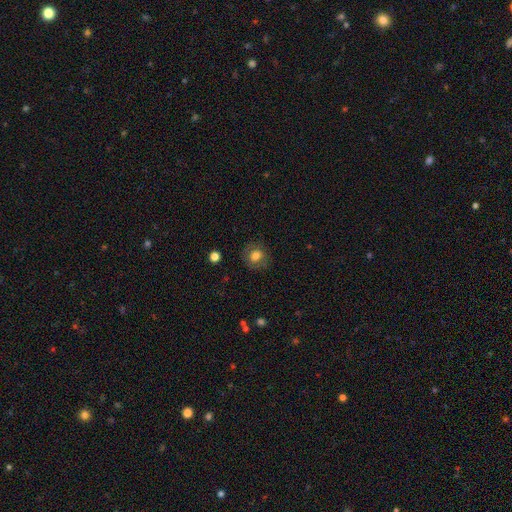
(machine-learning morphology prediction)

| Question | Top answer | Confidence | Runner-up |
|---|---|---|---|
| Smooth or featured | smooth | 74% | featured or disk (15%) |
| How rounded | round | 82% | in between (17%) |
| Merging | none | 84% | minor disturbance (11%) |